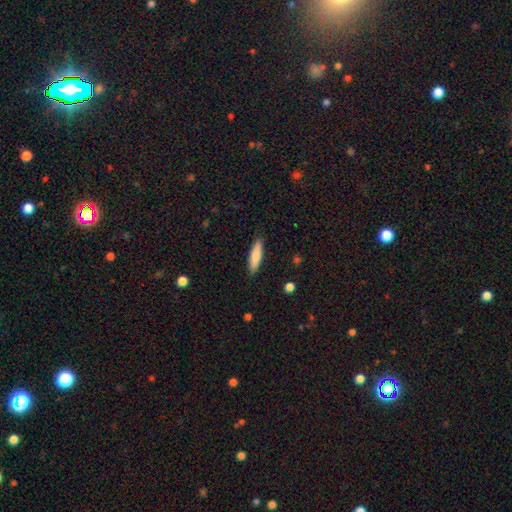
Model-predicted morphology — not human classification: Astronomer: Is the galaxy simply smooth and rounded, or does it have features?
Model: smooth — 82%.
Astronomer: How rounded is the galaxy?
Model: cigar-shaped — 73%.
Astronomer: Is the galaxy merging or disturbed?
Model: none — 88%.